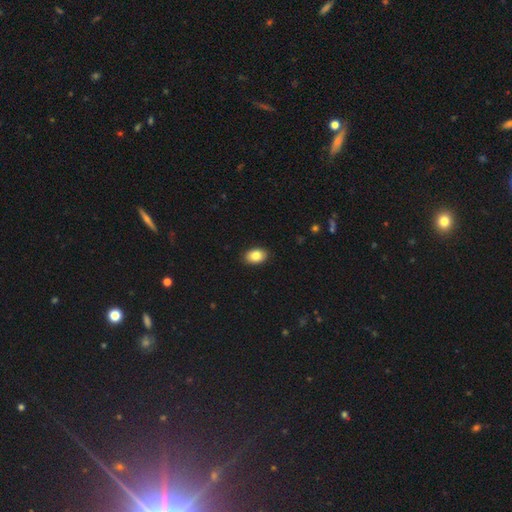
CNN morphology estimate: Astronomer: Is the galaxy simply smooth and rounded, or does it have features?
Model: smooth — 86%.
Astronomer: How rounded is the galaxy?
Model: in between — 84%.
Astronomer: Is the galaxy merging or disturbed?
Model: none — 90%.